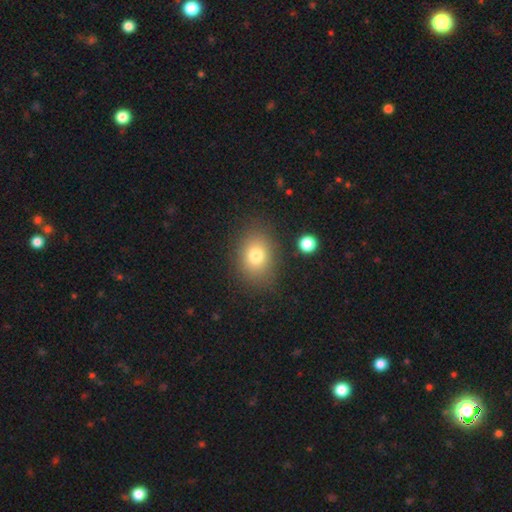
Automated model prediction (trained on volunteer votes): Smooth or featured? Predicted: smooth (p=0.77). How rounded? Predicted: in between (p=0.61). Merging? Predicted: none (p=0.82).